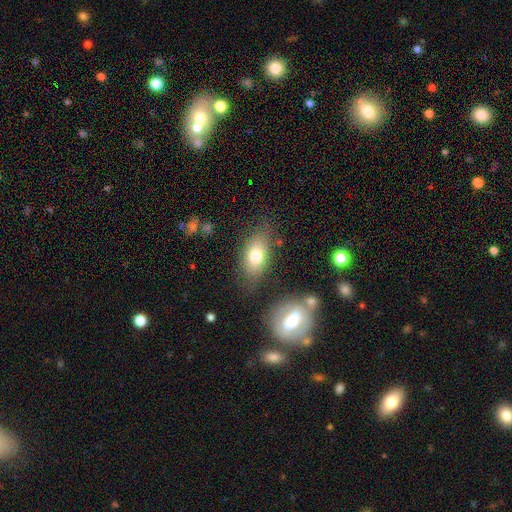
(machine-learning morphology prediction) Smooth or featured? smooth (74%)
How rounded? in between (87%)
Merging? none (74%)